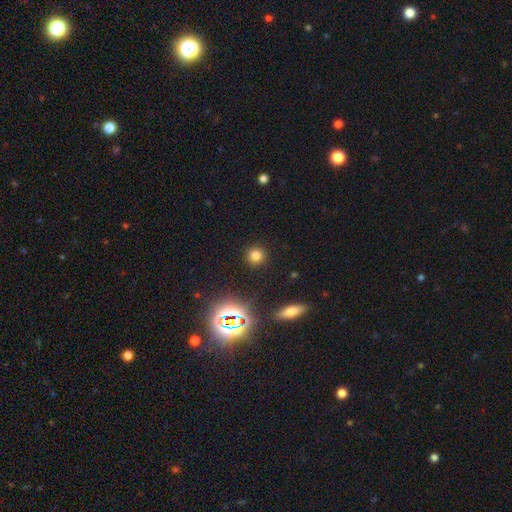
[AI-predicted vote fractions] The model was most divided on "smooth or featured": smooth: 75%, star or artifact: 19%, featured or disk: 6%. More confident: how rounded — round (92%); merging — none (90%).